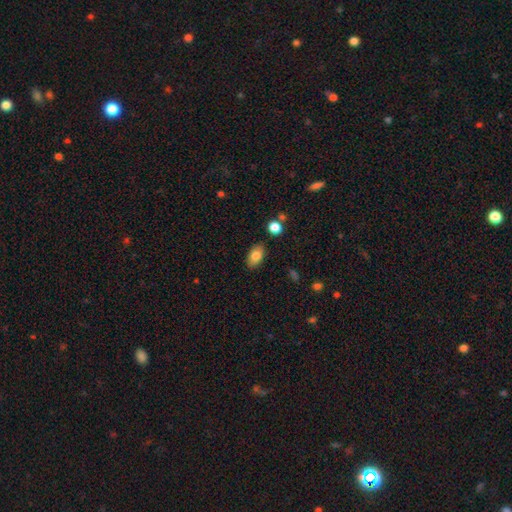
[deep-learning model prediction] Q: Smooth or featured?
A: smooth (81%); runner-up: featured or disk (11%)
Q: How rounded?
A: in between (90%); runner-up: round (8%)
Q: Merging?
A: none (86%); runner-up: minor disturbance (10%)